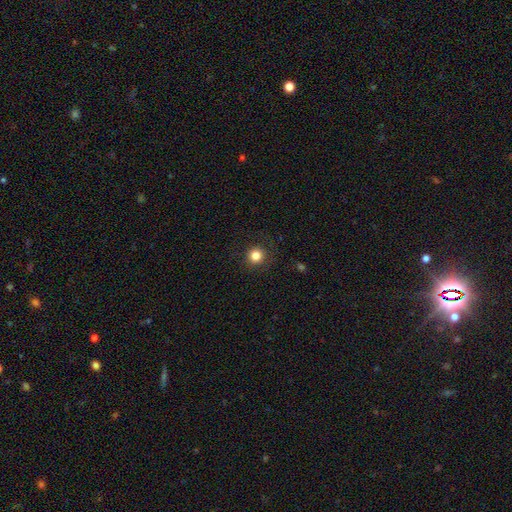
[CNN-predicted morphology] smooth 83%, star or artifact 12%, featured or disk 6%. Down the decision tree: how rounded — round (94%); merging — none (89%).